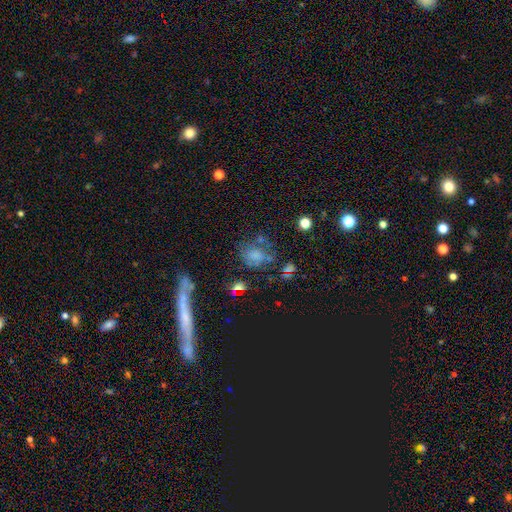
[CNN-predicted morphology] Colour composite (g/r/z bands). It shows a smooth galaxy with no disk features (52%) that is round (57%). Merging: none (47%).